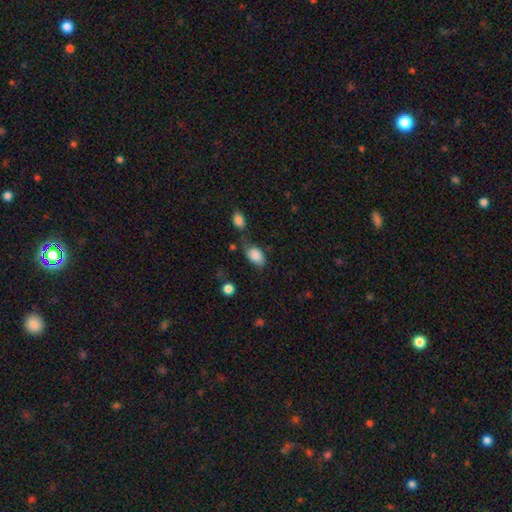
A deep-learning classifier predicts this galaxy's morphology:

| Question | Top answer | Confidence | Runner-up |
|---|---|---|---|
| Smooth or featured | smooth | 85% | star or artifact (8%) |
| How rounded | in between | 88% | round (10%) |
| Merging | none | 44% | minor disturbance (28%) |